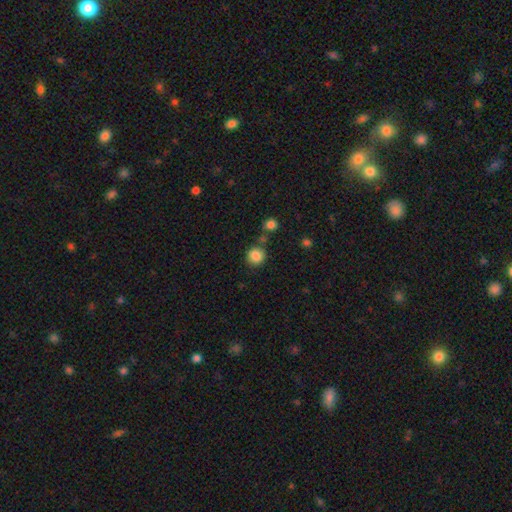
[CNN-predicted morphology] type=smooth (85%); roundness=round (87%); merging=none (76%).